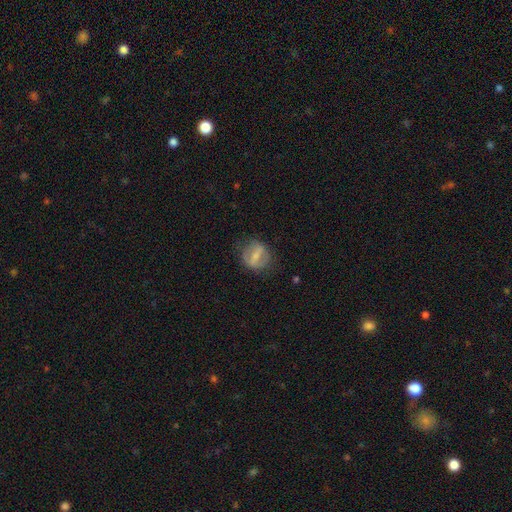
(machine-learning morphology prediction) This is possibly a featured or disk galaxy (51%). It is clearly not viewed edge-on (90%). Merging: likely none (71%).